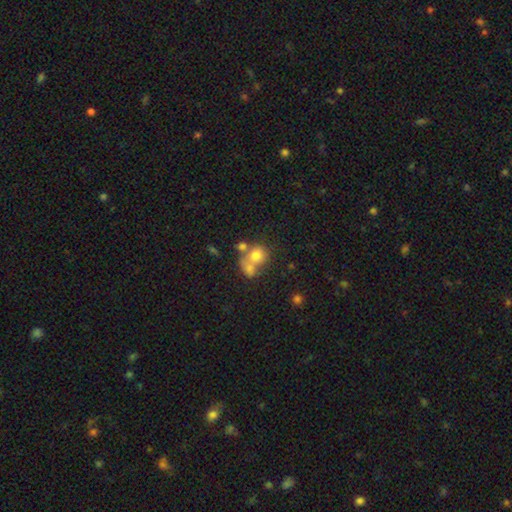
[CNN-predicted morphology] type=smooth (70%); roundness=round (72%); merging=merger (51%).